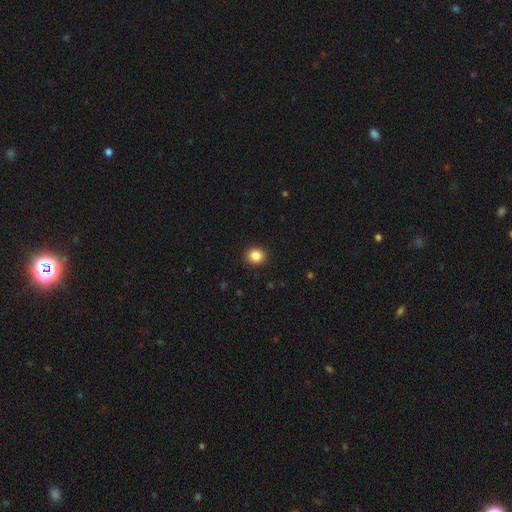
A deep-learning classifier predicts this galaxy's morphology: Smooth or featured: smooth — 86% (star or artifact — 10%)
How rounded: round — 87% (in between — 12%)
Merging: none — 92% (minor disturbance — 5%)